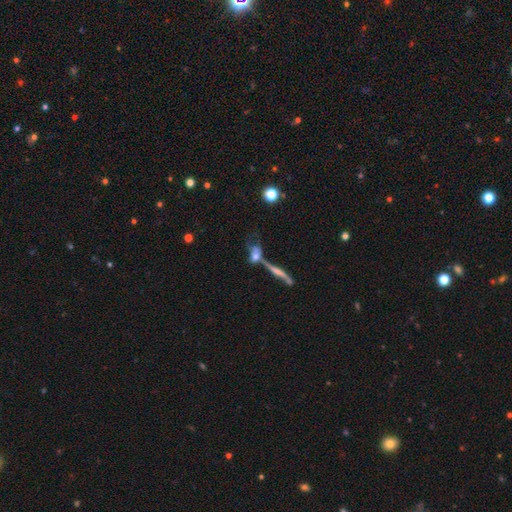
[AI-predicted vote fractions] Smooth or featured? Predicted: smooth (p=0.45). Merging? Predicted: merger (p=0.49).